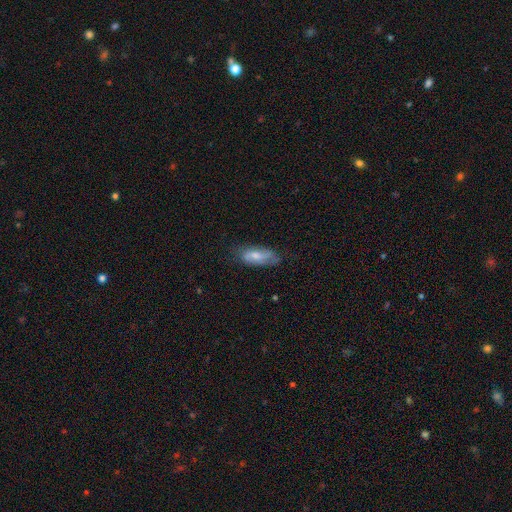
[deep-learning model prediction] Smooth or featured? Predicted: smooth (p=0.61). How rounded? Predicted: in between (p=0.81). Merging? Predicted: none (p=0.62).